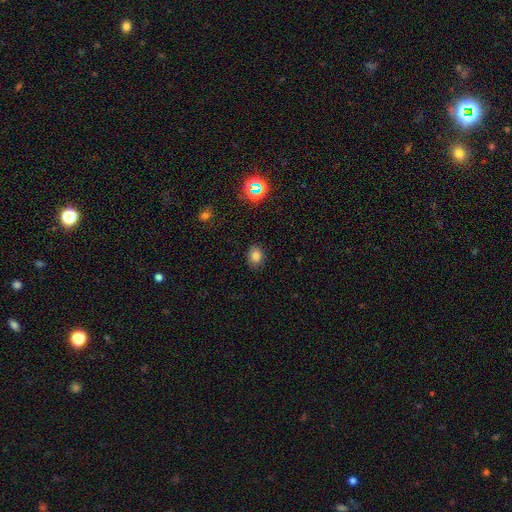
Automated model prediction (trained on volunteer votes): Morphology: type=smooth (79%); roundness=round (51%); merging=none (85%).